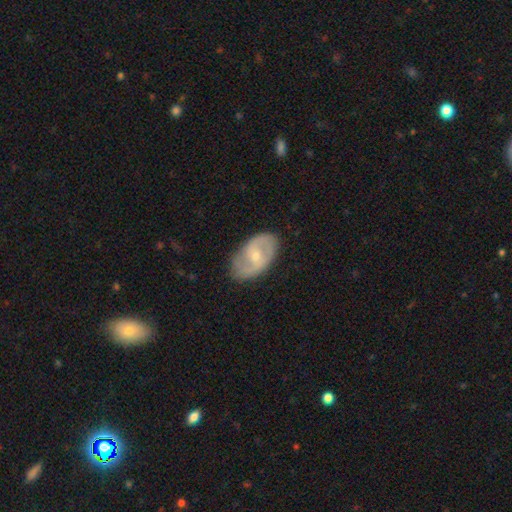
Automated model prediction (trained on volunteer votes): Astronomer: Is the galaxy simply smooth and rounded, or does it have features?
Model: featured or disk — 68%.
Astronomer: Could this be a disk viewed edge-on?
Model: no — 95%.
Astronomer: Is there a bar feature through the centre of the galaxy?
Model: weak — 44% (runner-up: no, 40%).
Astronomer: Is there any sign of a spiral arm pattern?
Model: yes — 75%.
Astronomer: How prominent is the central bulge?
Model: small — 58% (runner-up: moderate, 38%).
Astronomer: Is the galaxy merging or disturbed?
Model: none — 79%.